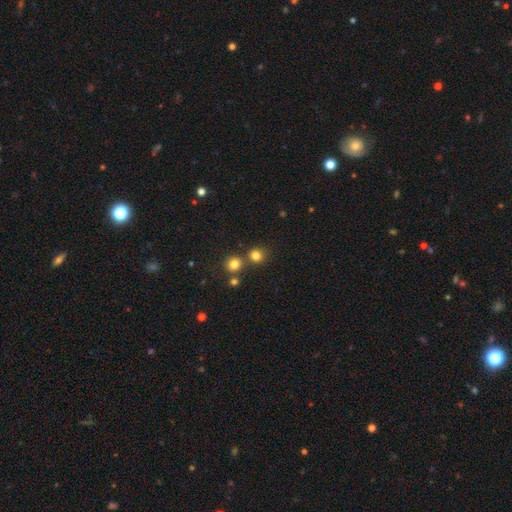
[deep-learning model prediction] Smooth or featured?
  - smooth: 79% *
  - star or artifact: 15%
  - featured or disk: 6%
How rounded?
  - round: 88% *
  - in between: 11%
  - cigar-shaped: 1%
Merging?
  - none: 69% *
  - merger: 20%
  - minor disturbance: 8%
  - major disturbance: 3%